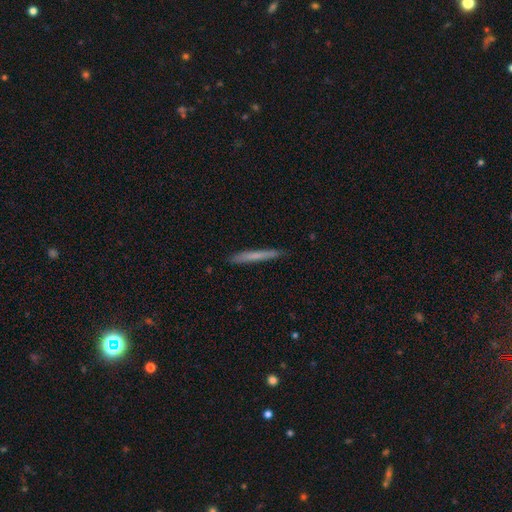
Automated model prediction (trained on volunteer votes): smooth_or_featured: smooth (p=0.66) [alt: featured or disk p=0.28]
how_rounded: cigar-shaped (p=0.97) [alt: in between p=0.02]
merging: none (p=0.89) [alt: minor disturbance p=0.08]